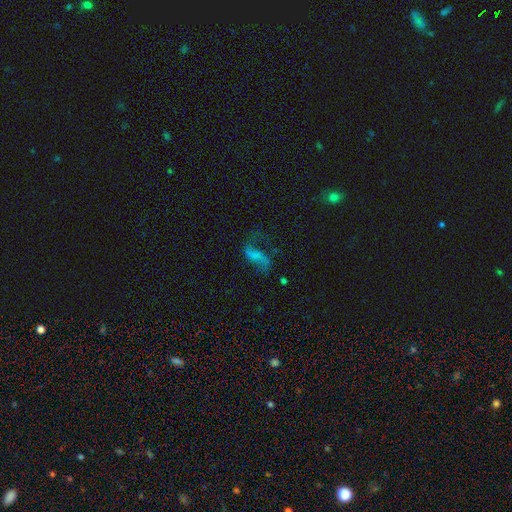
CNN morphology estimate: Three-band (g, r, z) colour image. It shows a featured or disk galaxy (65%) with no bar (46%), 2 (88%) loose (88%) spiral arms (85%) and no central bulge (71%). Merging: none (58%).